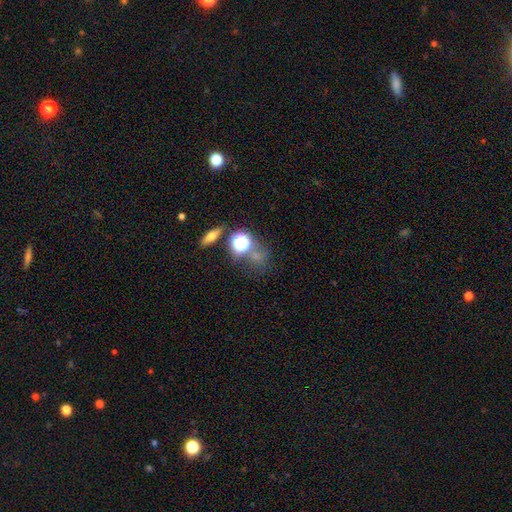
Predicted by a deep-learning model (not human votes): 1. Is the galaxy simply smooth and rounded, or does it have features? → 53% smooth, 33% star or artifact, 14% featured or disk.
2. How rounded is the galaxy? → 68% round, 28% in between, 4% cigar-shaped.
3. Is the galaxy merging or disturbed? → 60% none, 17% merger, 14% minor disturbance, 9% major disturbance.